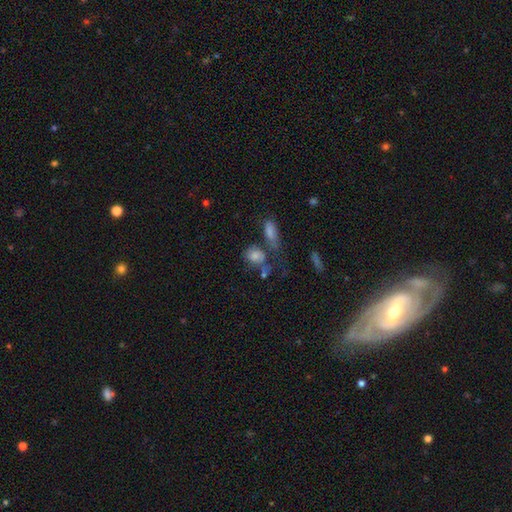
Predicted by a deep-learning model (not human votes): This is likely a smooth galaxy (66%). How rounded: possibly in between (57%). Merging: marginally none (41%).